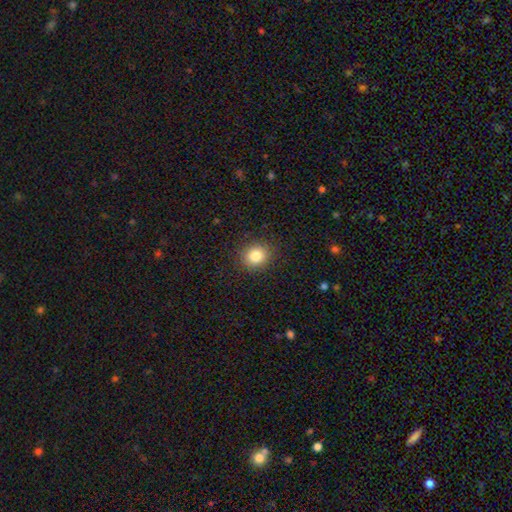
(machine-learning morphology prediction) A smooth galaxy with no disk features (83%) that is round (76%).

Vote fractions:
- Smooth or featured? smooth: 83% / star or artifact: 11% / featured or disk: 6%
- How rounded? round: 76% / in between: 23% / cigar-shaped: 1%
- Merging? none: 90% / minor disturbance: 7% / major disturbance: 2% / merger: 1%